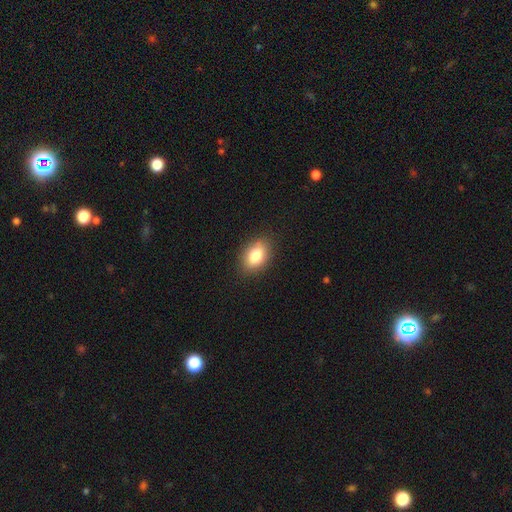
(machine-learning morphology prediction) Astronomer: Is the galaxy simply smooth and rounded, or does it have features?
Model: smooth — 80%.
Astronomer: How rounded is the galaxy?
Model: in between — 83%.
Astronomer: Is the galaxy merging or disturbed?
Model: none — 85%.